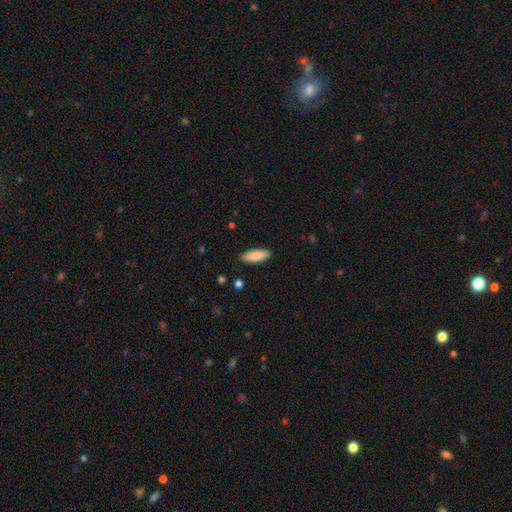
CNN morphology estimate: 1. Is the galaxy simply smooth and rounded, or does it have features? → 87% smooth, 7% featured or disk, 6% star or artifact.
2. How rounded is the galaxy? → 67% in between, 31% cigar-shaped, 2% round.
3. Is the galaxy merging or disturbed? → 89% none, 8% minor disturbance, 2% major disturbance, 1% merger.